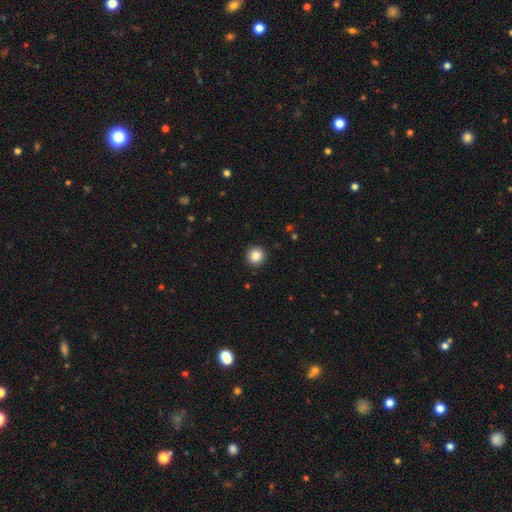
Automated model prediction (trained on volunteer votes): smooth 87%, star or artifact 10%, featured or disk 4%. Down the decision tree: how rounded — round (96%); merging — none (93%).